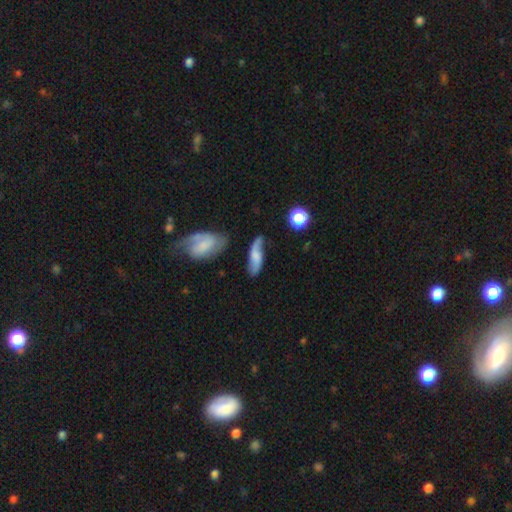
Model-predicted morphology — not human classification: A featured or disk galaxy (55%).

Vote fractions:
- Smooth or featured? featured or disk: 55% / smooth: 37% / star or artifact: 8%
- Edge-on disk? no: 85% / yes: 15%
- Merging? none: 58% / minor disturbance: 26% / major disturbance: 10% / merger: 7%